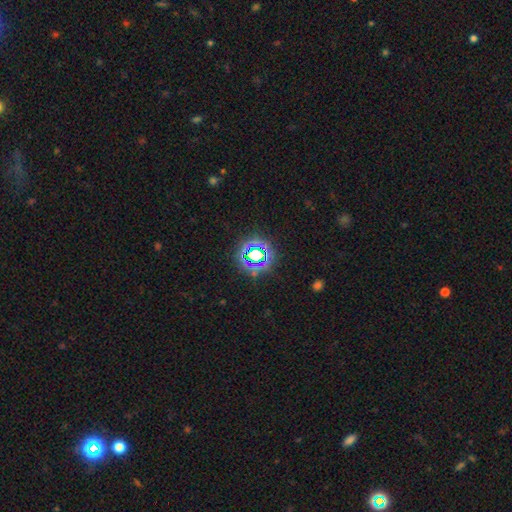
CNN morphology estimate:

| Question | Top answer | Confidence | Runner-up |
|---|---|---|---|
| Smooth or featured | star or artifact | 65% | smooth (25%) |